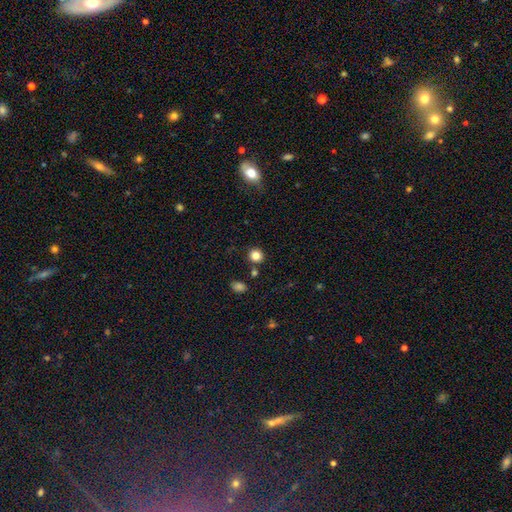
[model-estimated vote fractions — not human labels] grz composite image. It shows a smooth galaxy with no disk features (83%) that is round (89%). Merging: none (84%).